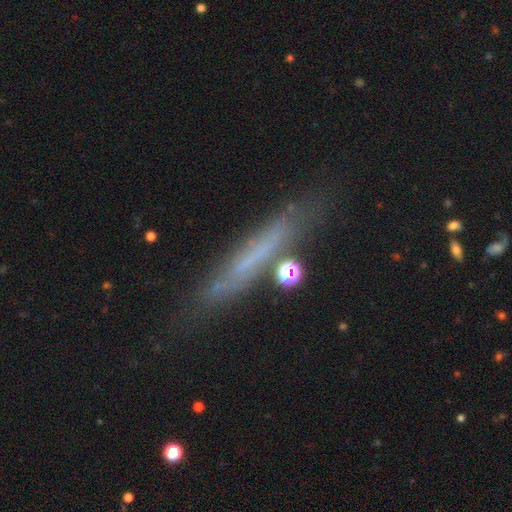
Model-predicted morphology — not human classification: The model was most divided on "smooth or featured": featured or disk: 46%, smooth: 42%, star or artifact: 12%. More confident: merging — none (74%).